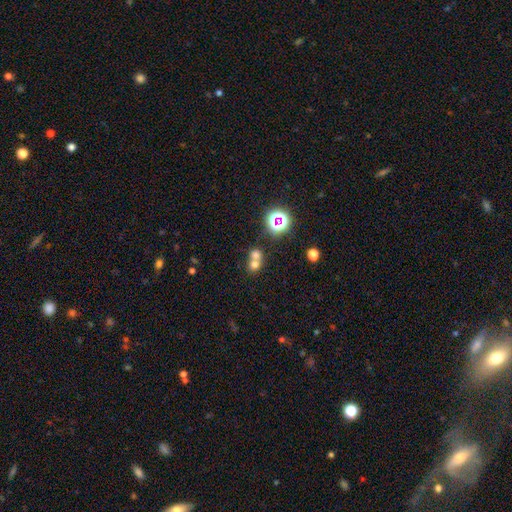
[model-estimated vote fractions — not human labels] Smooth or featured? Predicted: smooth (p=0.65). How rounded? Predicted: round (p=0.77). Merging? Predicted: merger (p=0.59).